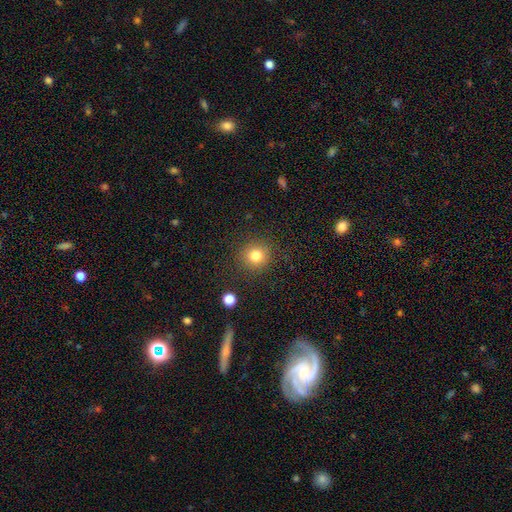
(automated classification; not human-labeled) smooth 81%, star or artifact 12%, featured or disk 7%. Down the decision tree: how rounded — round (91%); merging — none (88%).